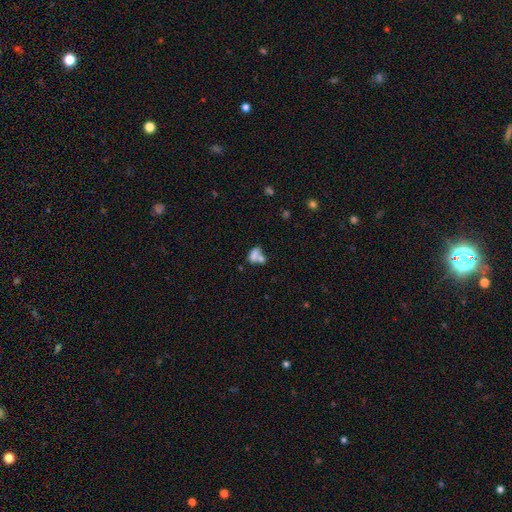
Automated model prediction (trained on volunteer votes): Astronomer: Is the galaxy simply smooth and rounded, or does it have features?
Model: smooth — 70%.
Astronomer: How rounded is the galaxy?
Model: in between — 80%.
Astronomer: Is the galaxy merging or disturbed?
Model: merger — 59%.